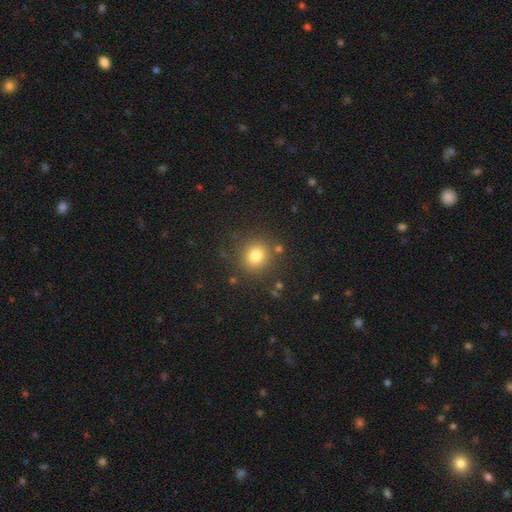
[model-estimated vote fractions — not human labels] This appears to be a smooth galaxy with no disk features (78%) that is round (86%). Merging: none (84%).